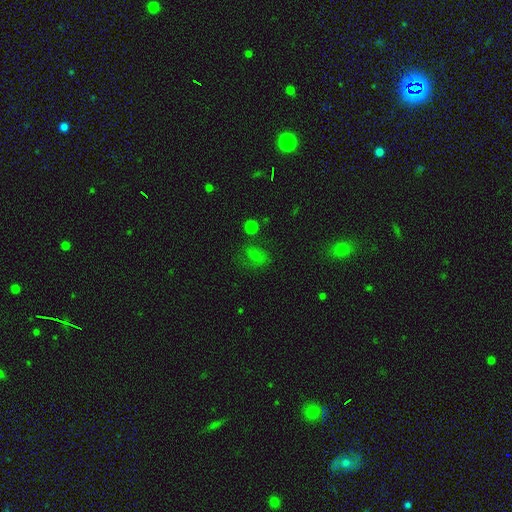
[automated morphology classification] The model was most divided on "how rounded": round: 50%, in between: 48%, cigar-shaped: 2%. More confident: merging — none (62%); smooth or featured — smooth (53%).